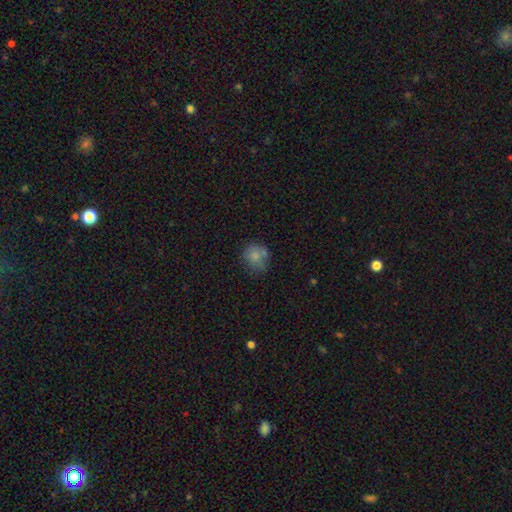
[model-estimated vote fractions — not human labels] Q: Smooth or featured?
A: smooth (75%); runner-up: featured or disk (14%)
Q: How rounded?
A: round (78%); runner-up: in between (21%)
Q: Merging?
A: none (62%); runner-up: minor disturbance (22%)